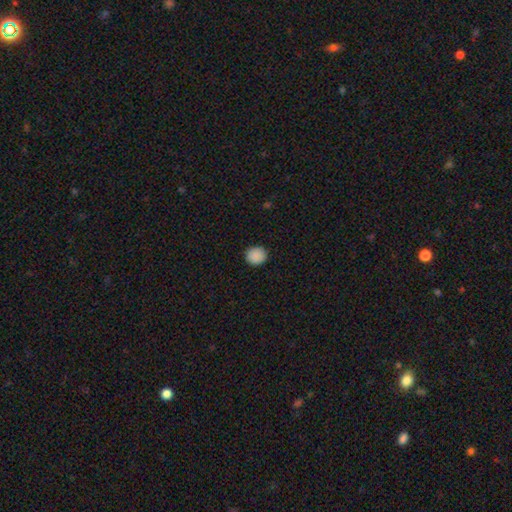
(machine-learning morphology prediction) smooth_or_featured: smooth (p=0.89) [alt: star or artifact p=0.08]
how_rounded: round (p=0.85) [alt: in between p=0.14]
merging: none (p=0.91) [alt: minor disturbance p=0.06]